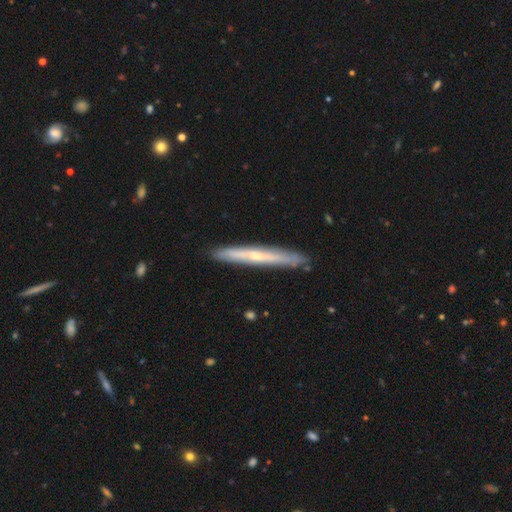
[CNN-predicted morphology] smooth_or_featured: featured or disk (p=0.57) [alt: smooth p=0.38]
disk_edge_on: yes (p=0.91) [alt: no p=0.09]
edge_on_bulge: rounded (p=0.54) [alt: none p=0.43]
merging: none (p=0.87) [alt: minor disturbance p=0.10]